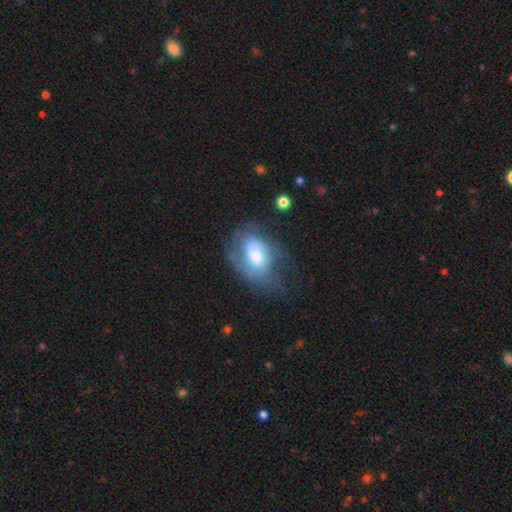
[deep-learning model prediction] Smooth or featured? Predicted: featured or disk (p=0.68). Edge-on disk? Predicted: no (p=0.96). Bar? Predicted: no (p=0.58). Spiral arms? Predicted: yes (p=0.84). Spiral winding? Predicted: medium (p=0.41). Spiral arm count? Predicted: 2 (p=0.41). Bulge size? Predicted: moderate (p=0.55). Merging? Predicted: none (p=0.51).